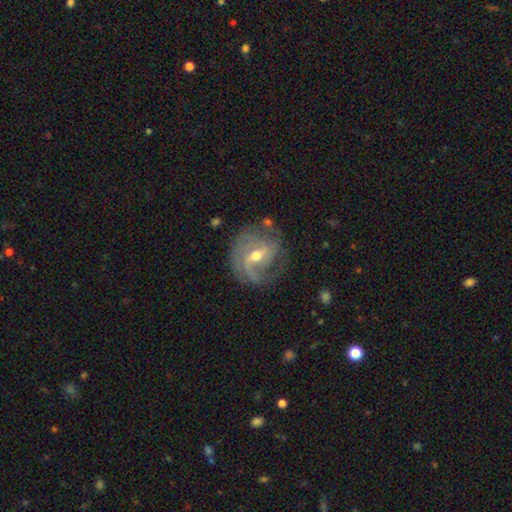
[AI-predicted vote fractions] smooth-or-featured: featured or disk: 81% | smooth: 12% | star or artifact: 7%
  disk-edge-on: no: 96% | yes: 4%
    bar: weak: 51% | strong: 26% | no: 23%
    has-spiral-arms: yes: 91% | no: 9%
      spiral-winding: medium: 41% | tight: 34% | loose: 25%
      spiral-arm-count: 2: 42% | 1: 24% | can't tell: 19% | 3: 10% | 4: 3% | more than 4: 2%
    bulge-size: moderate: 62% | small: 34% | large: 2% | none: 1% | dominant: 1%
  merging: none: 66% | minor disturbance: 20% | major disturbance: 11% | merger: 3%